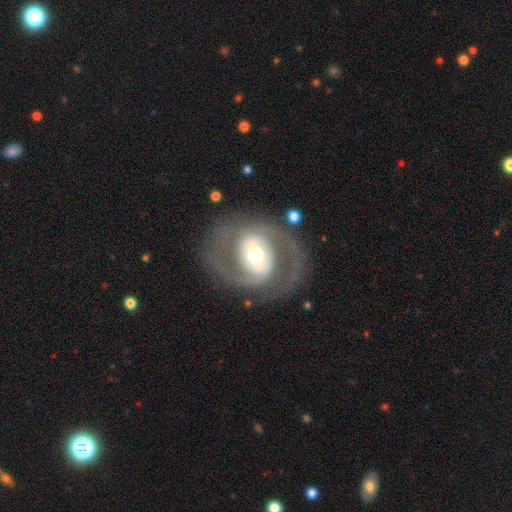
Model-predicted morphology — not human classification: Smooth or featured: featured or disk — 84% (smooth — 11%)
Edge-on disk: no — 97% (yes — 3%)
Bar: no — 37% (weak — 35%)
Spiral arms: yes — 83% (no — 17%)
Spiral winding: medium — 50% (tight — 32%)
Spiral arm count: 2 — 89% (can't tell — 5%)
Bulge size: moderate — 65% (small — 17%)
Merging: none — 78% (minor disturbance — 11%)